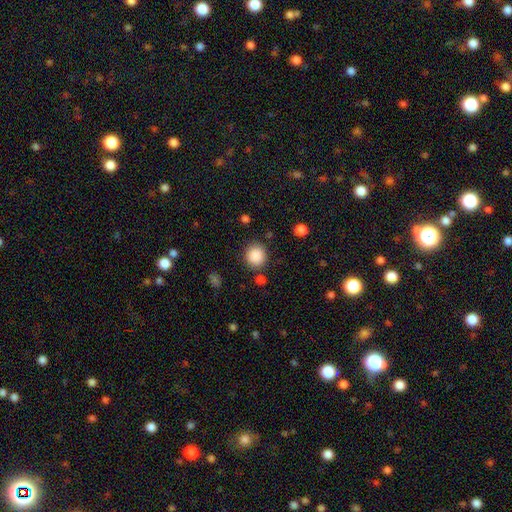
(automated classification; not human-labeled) This is clearly a smooth galaxy (88%). How rounded: clearly round (89%). Merging: clearly none (85%).